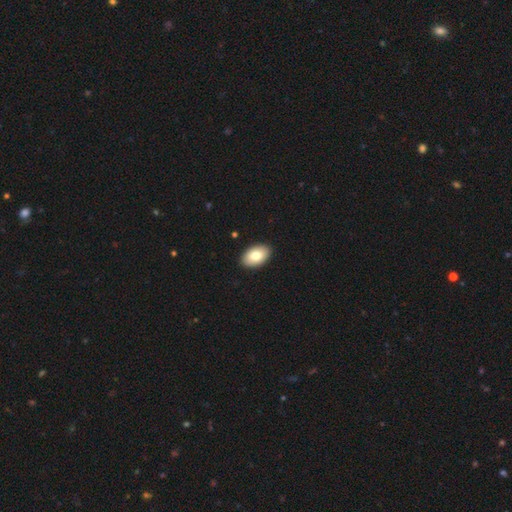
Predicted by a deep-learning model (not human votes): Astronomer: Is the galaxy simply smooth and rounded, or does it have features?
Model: smooth — 80%.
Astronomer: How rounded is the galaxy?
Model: in between — 94%.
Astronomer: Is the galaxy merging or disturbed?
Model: none — 91%.